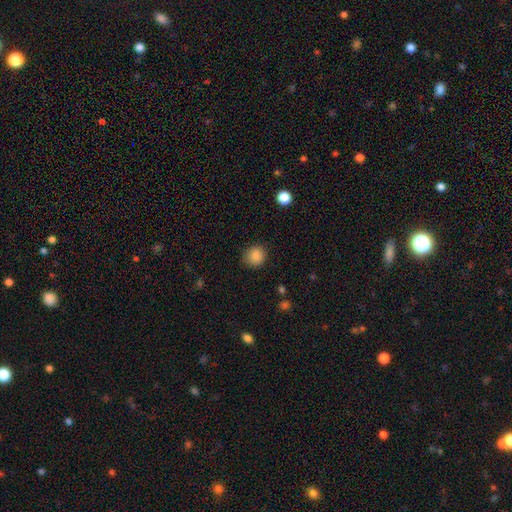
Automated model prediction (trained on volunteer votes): Smooth or featured? smooth (87%)
How rounded? round (86%)
Merging? none (87%)